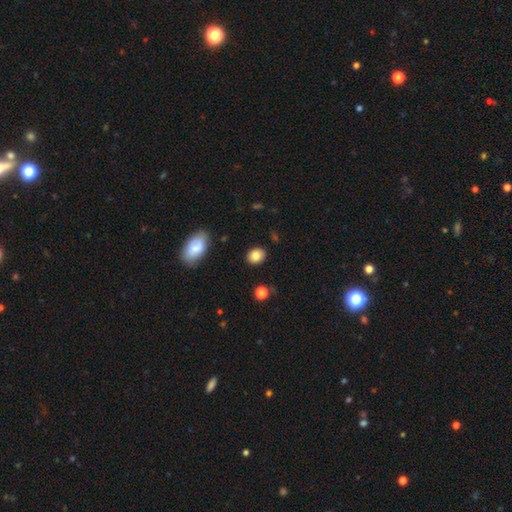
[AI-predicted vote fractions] smooth 84%, star or artifact 9%, featured or disk 7%. Down the decision tree: how rounded — round (55%); merging — none (88%).